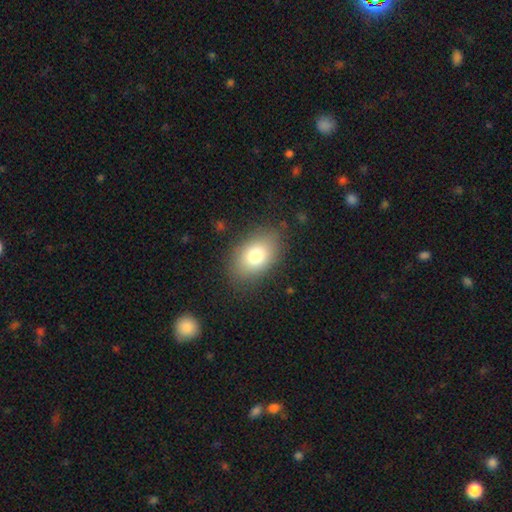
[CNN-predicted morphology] type=smooth (77%); roundness=in between (82%); merging=none (82%).